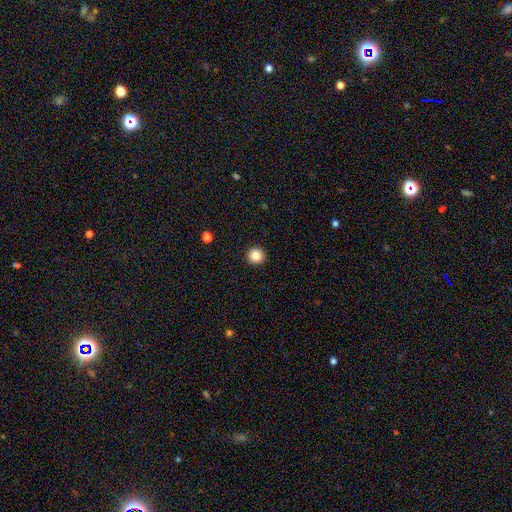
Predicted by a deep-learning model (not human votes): smooth 85%, star or artifact 10%, featured or disk 5%. Down the decision tree: how rounded — round (96%); merging — none (94%).